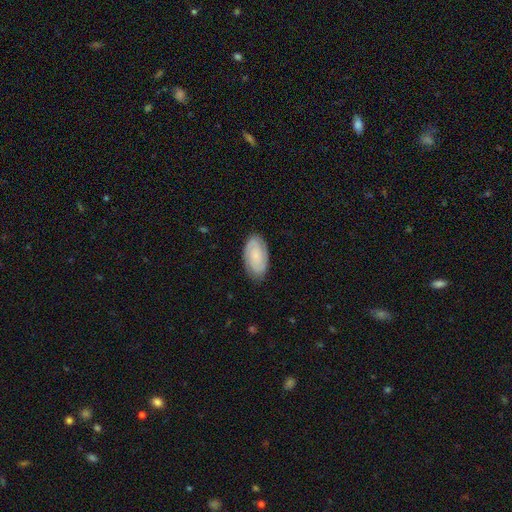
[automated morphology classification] This appears to be a featured or disk galaxy (52%). Merging: none (83%).